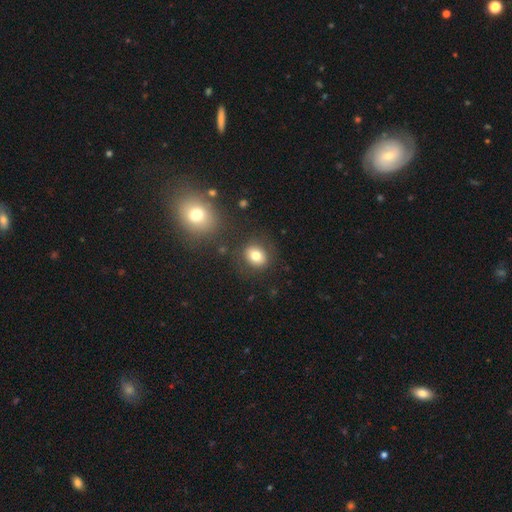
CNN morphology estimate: A smooth galaxy with no disk features (78%) that is round (62%).

Vote fractions:
- Smooth or featured? smooth: 78% / featured or disk: 11% / star or artifact: 11%
- How rounded? round: 62% / in between: 37% / cigar-shaped: 1%
- Merging? none: 82% / minor disturbance: 10% / major disturbance: 4% / merger: 3%